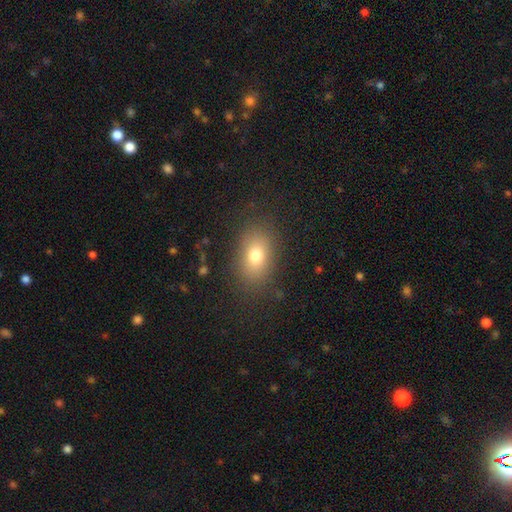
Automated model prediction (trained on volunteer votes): smooth 77%, featured or disk 12%, star or artifact 11%. Down the decision tree: how rounded — in between (78%); merging — none (84%).